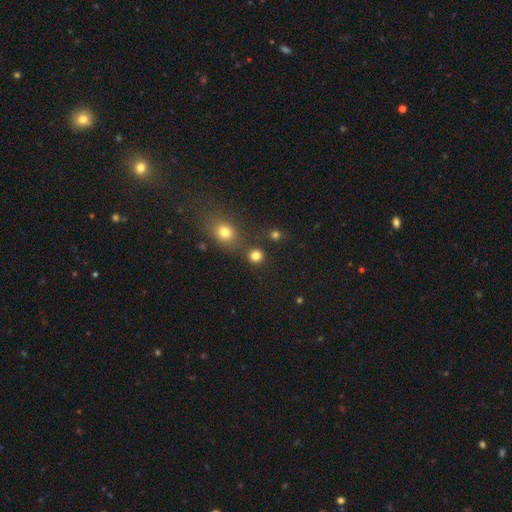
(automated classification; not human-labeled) This is clearly a smooth galaxy (81%). How rounded: clearly round (90%). Merging: likely none (79%).